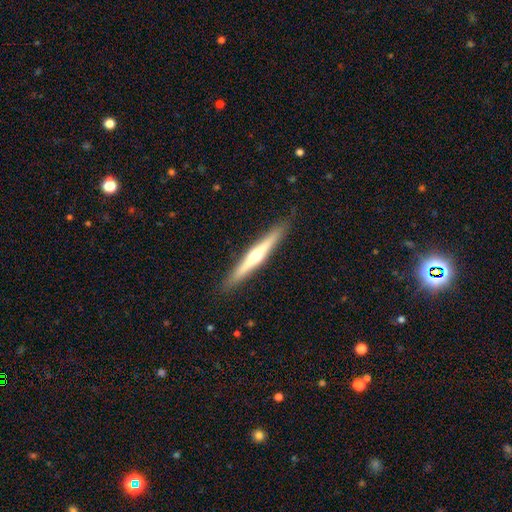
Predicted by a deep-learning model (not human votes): Morphology: type=featured or disk (67%); edge-on=yes (97%); edge-on bulge=rounded (87%); merging=none (90%).